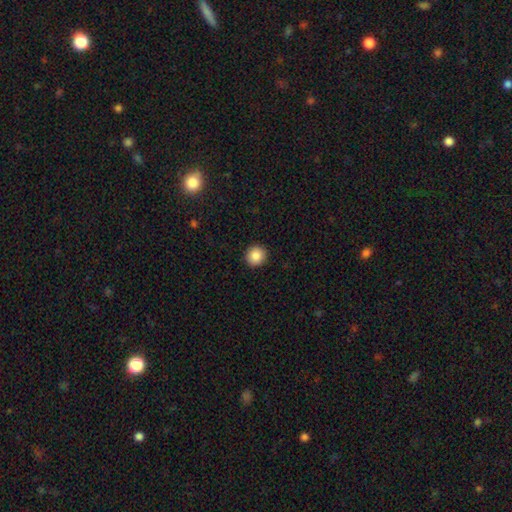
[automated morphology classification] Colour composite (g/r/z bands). It shows a smooth galaxy with no disk features (87%) that is round (92%). Merging: none (92%).